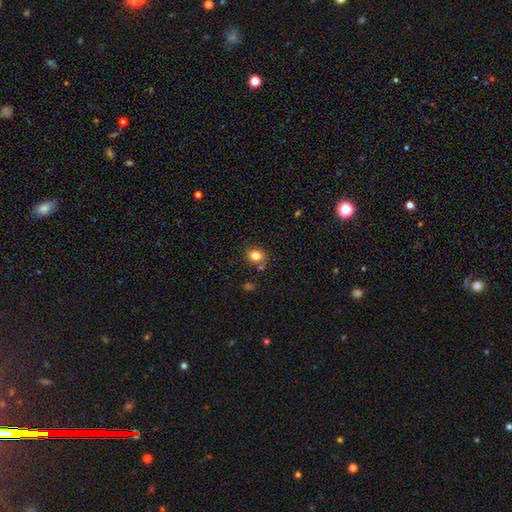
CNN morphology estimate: The model was most divided on "how rounded": round: 73%, in between: 27%, cigar-shaped: 1%. More confident: smooth or featured — smooth (80%); merging — none (80%).